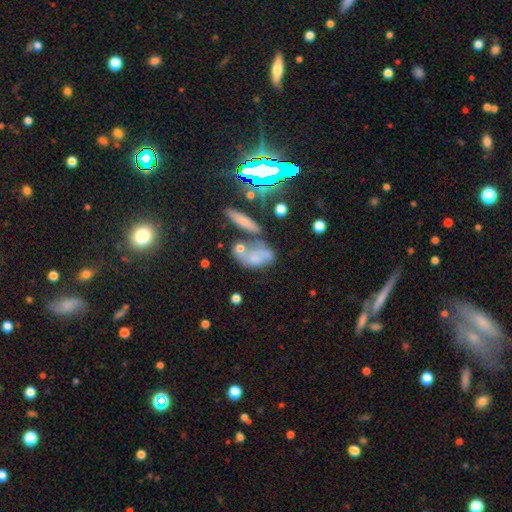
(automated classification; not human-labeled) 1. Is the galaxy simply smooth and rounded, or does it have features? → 52% smooth, 27% featured or disk, 21% star or artifact.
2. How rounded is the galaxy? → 84% in between, 11% round, 5% cigar-shaped.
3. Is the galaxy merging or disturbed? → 36% merger, 32% none, 18% minor disturbance, 14% major disturbance.